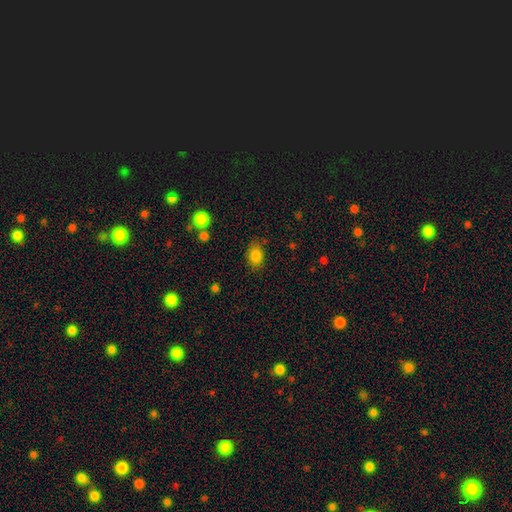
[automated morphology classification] Overall: smooth (85%). How rounded: in between (76%). Merging: none (79%).